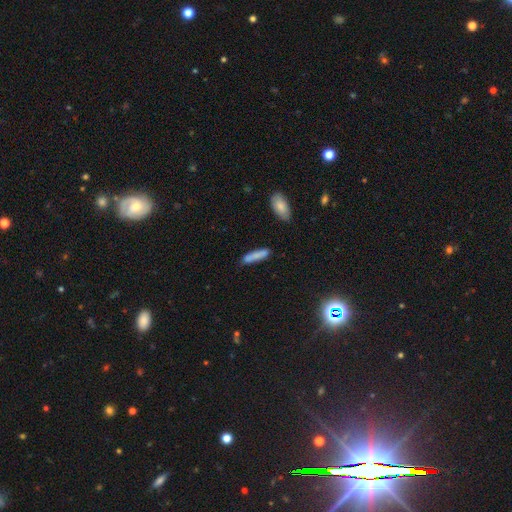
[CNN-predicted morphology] smooth-or-featured: smooth: 81% | featured or disk: 12% | star or artifact: 7%
  how-rounded: cigar-shaped: 81% | in between: 17% | round: 2%
  merging: none: 73% | minor disturbance: 18% | merger: 5% | major disturbance: 4%